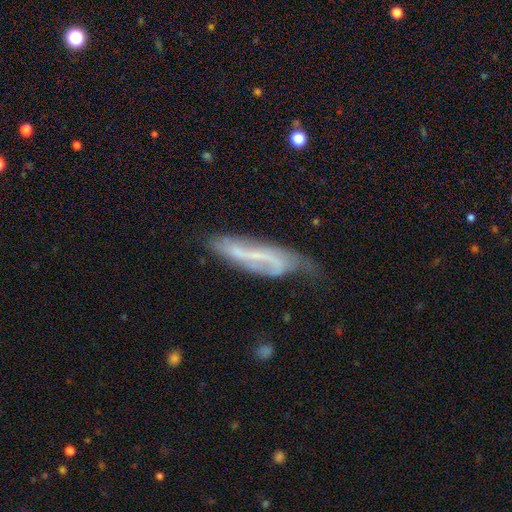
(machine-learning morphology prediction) Smooth or featured? Predicted: featured or disk (p=0.70). Edge-on disk? Predicted: no (p=0.77). Bar? Predicted: strong (p=0.45). Spiral arms? Predicted: yes (p=0.83). Bulge size? Predicted: small (p=0.45). Merging? Predicted: none (p=0.47).